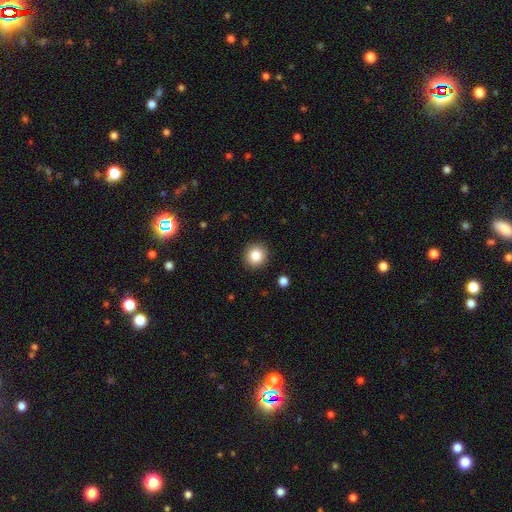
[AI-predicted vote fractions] This is clearly a smooth galaxy (85%). How rounded: clearly round (93%). Merging: clearly none (92%).